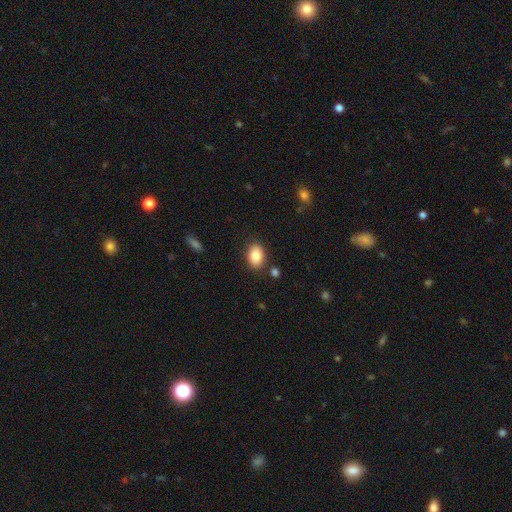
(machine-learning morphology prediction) smooth_or_featured: smooth (p=0.83) [alt: featured or disk p=0.09]
how_rounded: in between (p=0.82) [alt: round p=0.17]
merging: none (p=0.83) [alt: minor disturbance p=0.10]